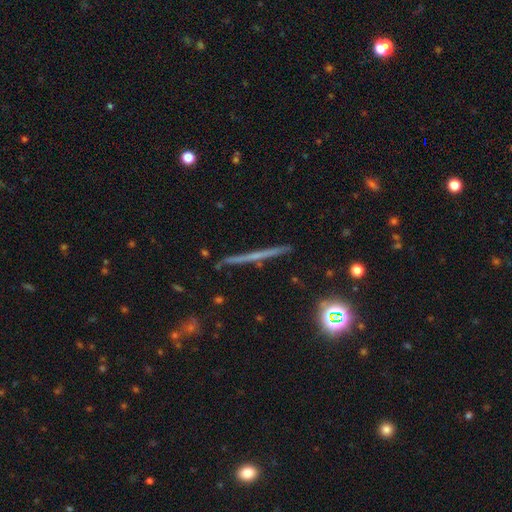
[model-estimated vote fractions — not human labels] Q: Smooth or featured?
A: featured or disk (61%); runner-up: smooth (26%)
Q: Edge-on disk?
A: yes (97%); runner-up: no (3%)
Q: Edge-on bulge?
A: none (75%); runner-up: rounded (20%)
Q: Merging?
A: none (91%); runner-up: minor disturbance (6%)